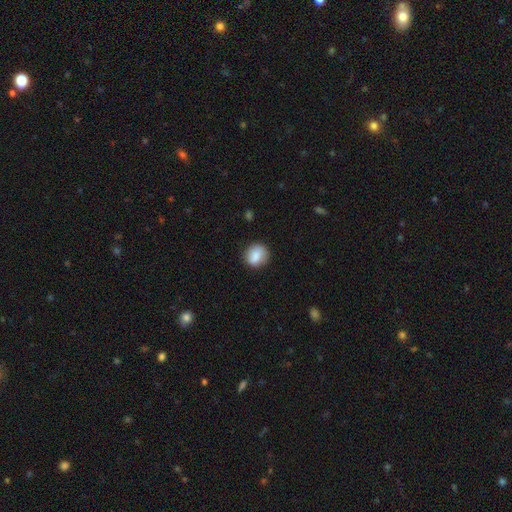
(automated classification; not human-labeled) Q: Smooth or featured?
A: smooth (81%); runner-up: featured or disk (11%)
Q: How rounded?
A: round (78%); runner-up: in between (21%)
Q: Merging?
A: none (82%); runner-up: minor disturbance (14%)